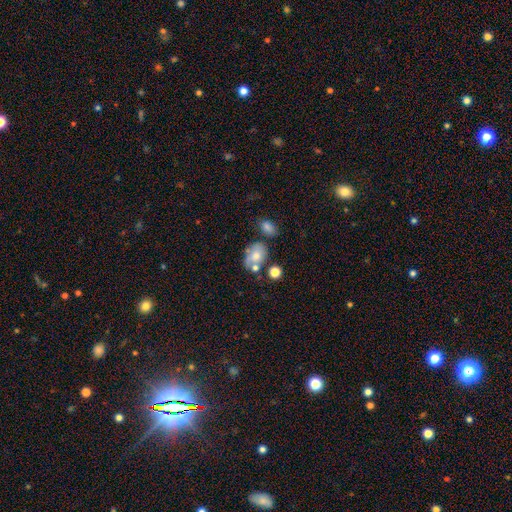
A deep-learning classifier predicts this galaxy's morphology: The model was most divided on "merging": none: 40%, merger: 27%, minor disturbance: 22%, major disturbance: 11%. More confident: smooth or featured — smooth (63%); how rounded — in between (63%).